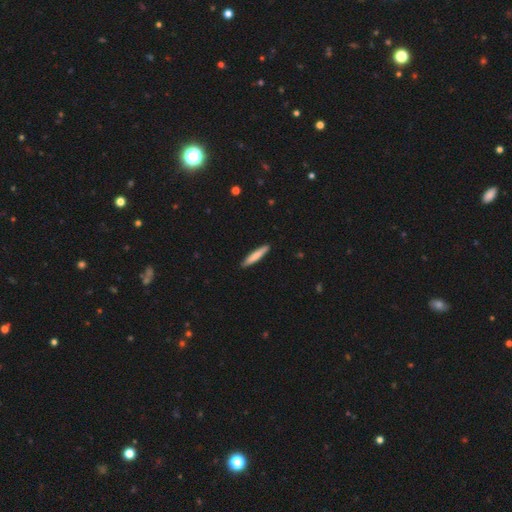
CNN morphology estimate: smooth 77%, featured or disk 18%, star or artifact 5%. Down the decision tree: how rounded — cigar-shaped (92%); merging — none (90%).